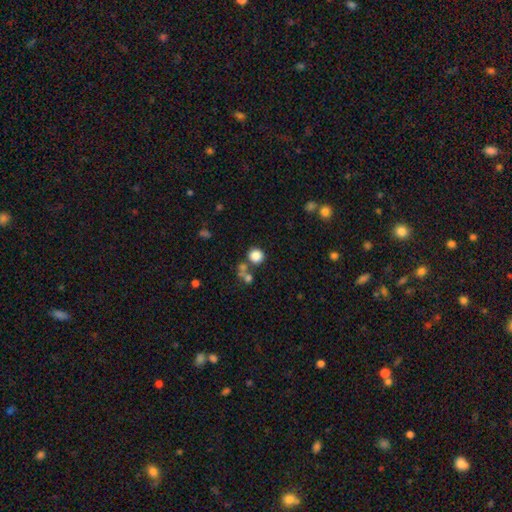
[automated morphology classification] A smooth galaxy with no disk features (82%) that is round (91%). Merging: none (72%).